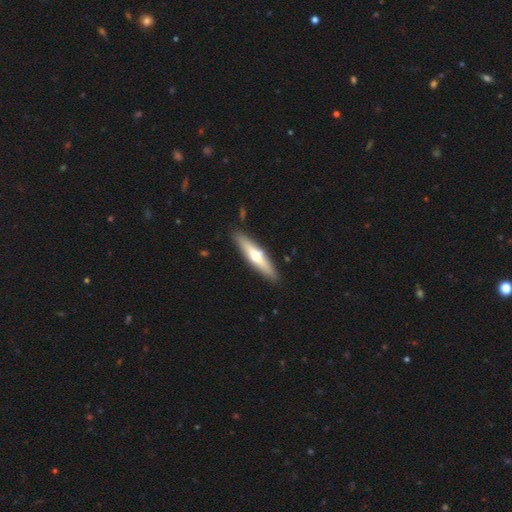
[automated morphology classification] Smooth or featured?
  - featured or disk: 48% *
  - smooth: 46%
  - star or artifact: 5%
Merging?
  - none: 89% *
  - minor disturbance: 8%
  - major disturbance: 2%
  - merger: 2%